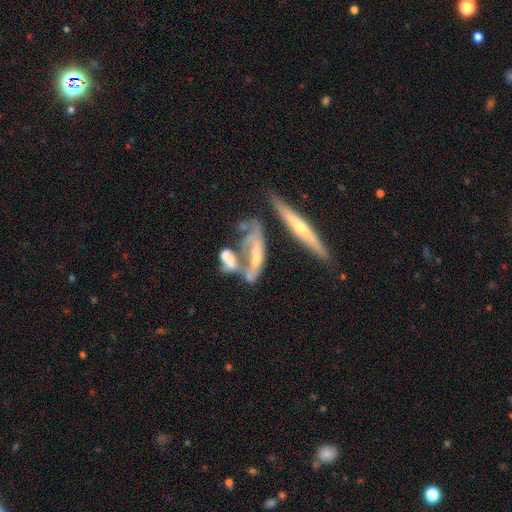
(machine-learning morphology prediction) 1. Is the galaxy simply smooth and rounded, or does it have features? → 65% featured or disk, 26% smooth, 9% star or artifact.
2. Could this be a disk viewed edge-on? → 61% yes, 39% no.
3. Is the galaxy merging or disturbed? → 38% merger, 36% none, 14% minor disturbance, 12% major disturbance.